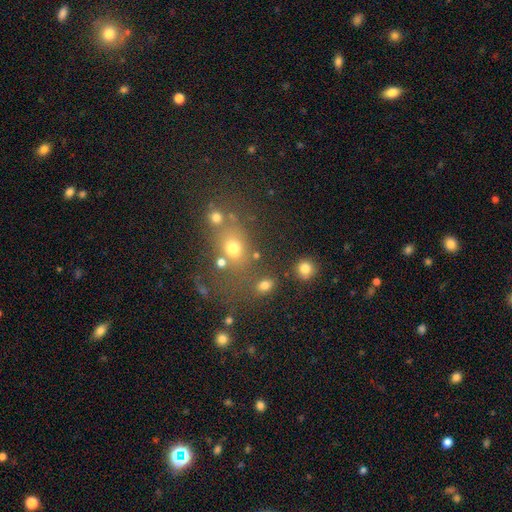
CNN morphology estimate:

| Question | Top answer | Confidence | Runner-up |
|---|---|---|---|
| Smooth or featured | smooth | 63% | star or artifact (23%) |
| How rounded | in between | 49% | round (48%) |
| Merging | none | 60% | merger (18%) |